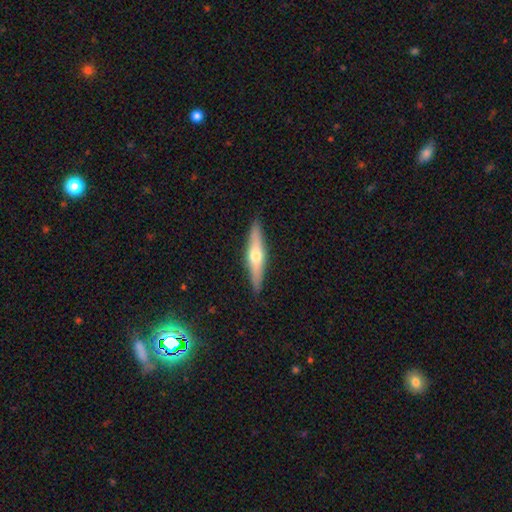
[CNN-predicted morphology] type=featured or disk (62%); edge-on=yes (95%); edge-on bulge=rounded (92%); merging=none (90%).